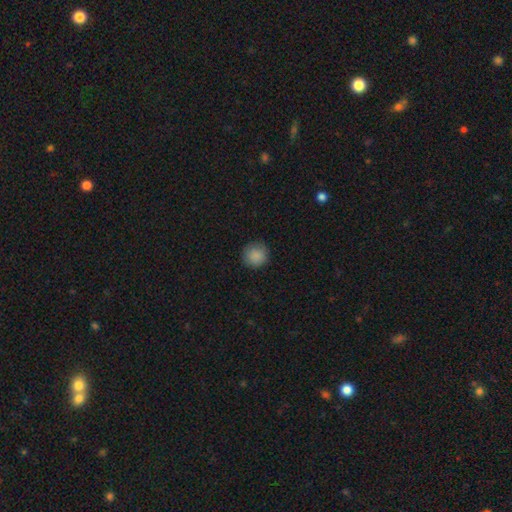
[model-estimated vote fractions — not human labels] The model was most divided on "smooth or featured": smooth: 88%, star or artifact: 9%, featured or disk: 3%. More confident: how rounded — round (93%); merging — none (89%).